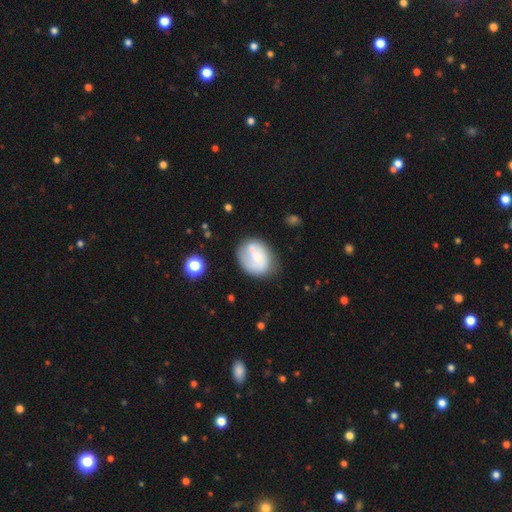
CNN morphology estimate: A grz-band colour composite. It shows a smooth galaxy with no disk features (53%) that is in between round and cigar-shaped (57%). Merging: none (51%).